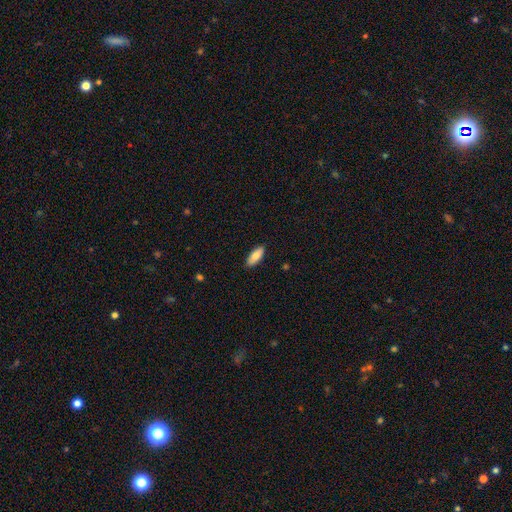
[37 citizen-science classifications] This is likely a smooth galaxy (76%). How rounded: likely in between (64%). Merging: clearly none (89%).